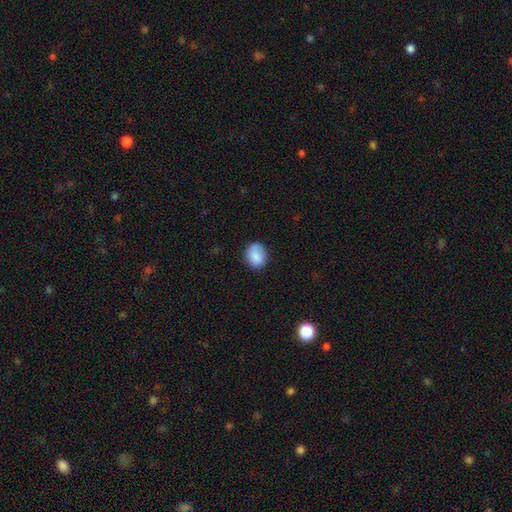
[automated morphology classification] Smooth or featured: smooth — 85% (featured or disk — 8%)
How rounded: round — 52% (in between — 47%)
Merging: none — 79% (minor disturbance — 16%)